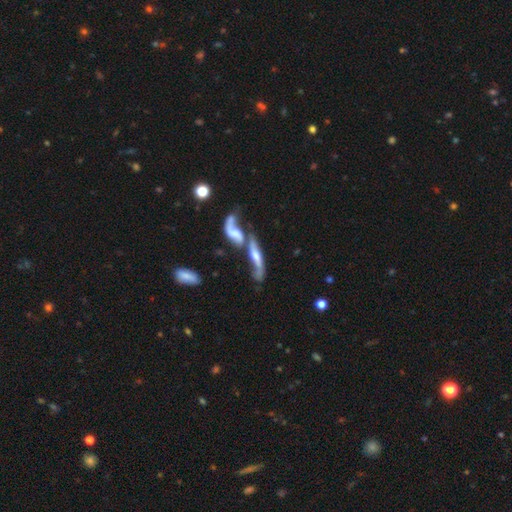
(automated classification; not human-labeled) Smooth or featured? featured or disk (71%)
Edge-on disk? no (56%)
Merging? merger (57%)